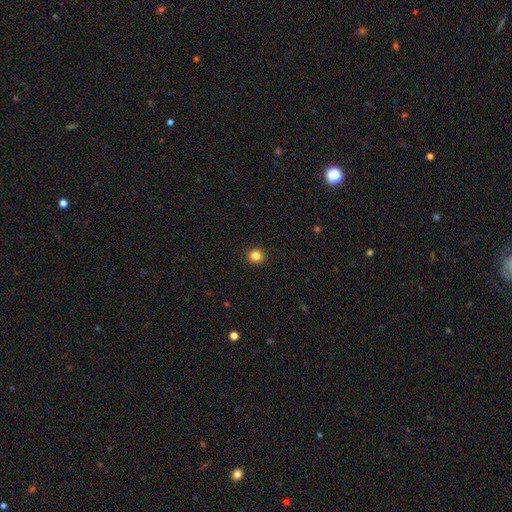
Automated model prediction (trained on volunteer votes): smooth 84%, star or artifact 12%, featured or disk 4%. Down the decision tree: how rounded — round (92%); merging — none (93%).